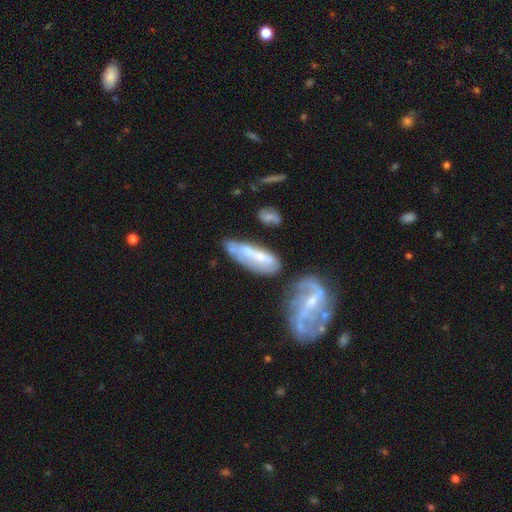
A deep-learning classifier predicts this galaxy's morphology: featured or disk 55%, smooth 37%, star or artifact 8%. Down the decision tree: edge-on disk — no (75%); merging — none (39%).